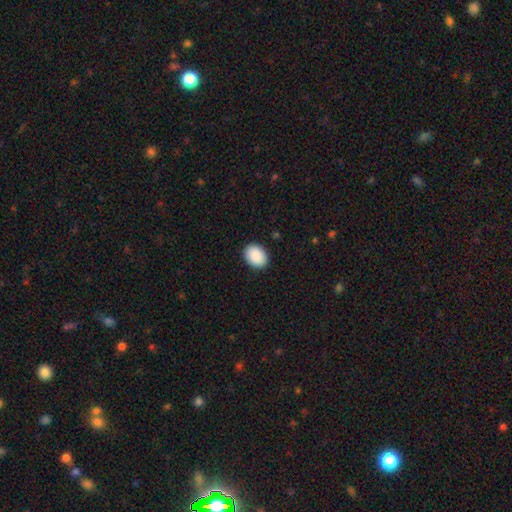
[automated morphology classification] The model was most divided on "how rounded": in between: 69%, round: 30%, cigar-shaped: 1%. More confident: smooth or featured — smooth (91%); merging — none (90%).